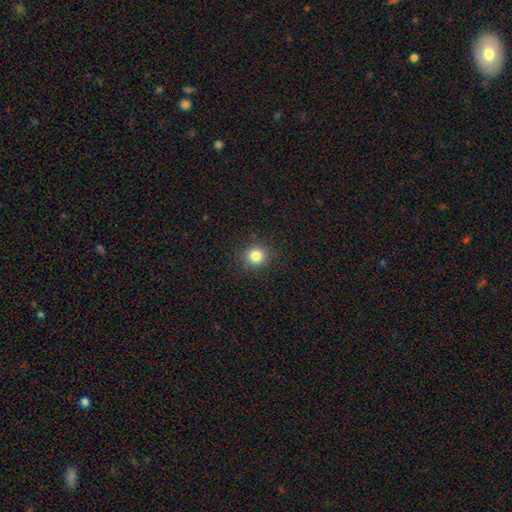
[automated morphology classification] Overall: smooth (83%). How rounded: round (90%). Merging: none (90%).